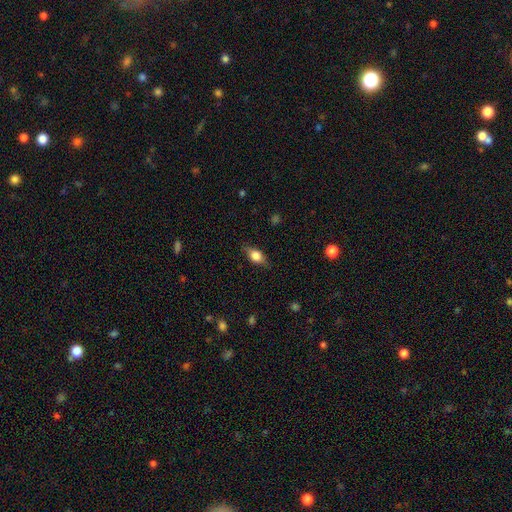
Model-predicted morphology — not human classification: smooth_or_featured: smooth (p=0.68) [alt: featured or disk p=0.24]
how_rounded: in between (p=0.76) [alt: round p=0.15]
merging: none (p=0.80) [alt: minor disturbance p=0.15]